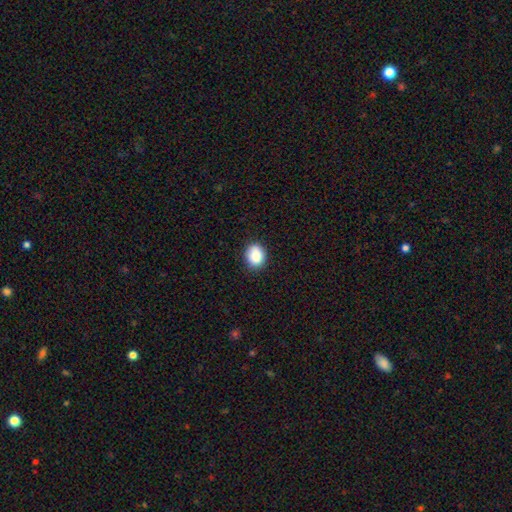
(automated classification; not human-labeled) Smooth or featured: smooth — 88% (star or artifact — 8%)
How rounded: in between — 56% (round — 43%)
Merging: none — 86% (minor disturbance — 11%)